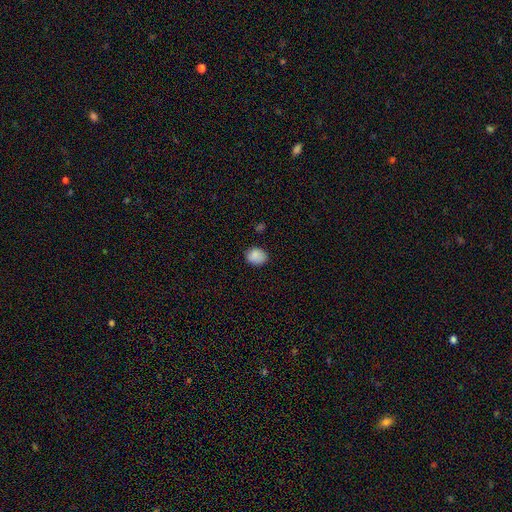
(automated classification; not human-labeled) This appears to be a smooth galaxy with no disk features (87%) that is in between round and cigar-shaped (51%). Merging: none (79%).